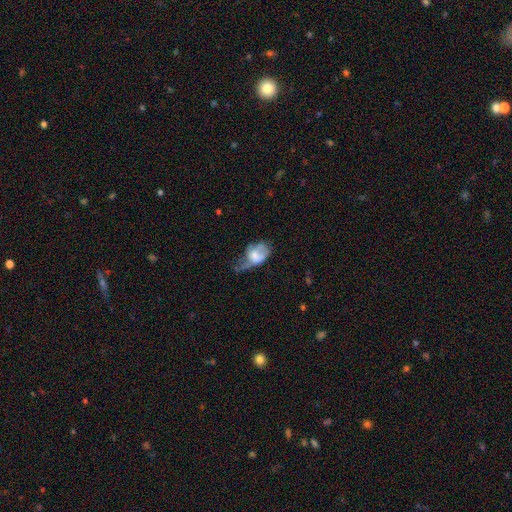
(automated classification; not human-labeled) A smooth galaxy with no disk features (51%) that is in between round and cigar-shaped (82%). Merging: major disturbance (47%).